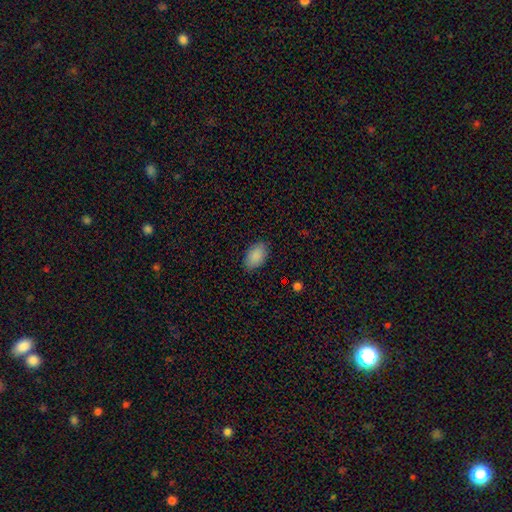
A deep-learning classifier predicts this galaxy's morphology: Smooth or featured: smooth — 89% (star or artifact — 7%)
How rounded: in between — 92% (round — 6%)
Merging: none — 85% (minor disturbance — 11%)